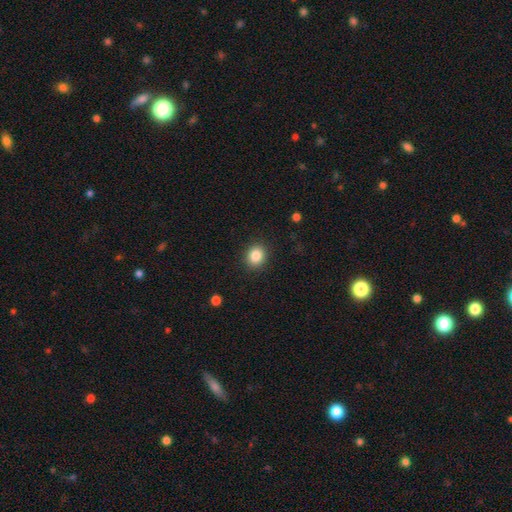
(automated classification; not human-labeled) Morphology: type=smooth (86%); roundness=round (65%); merging=none (89%).